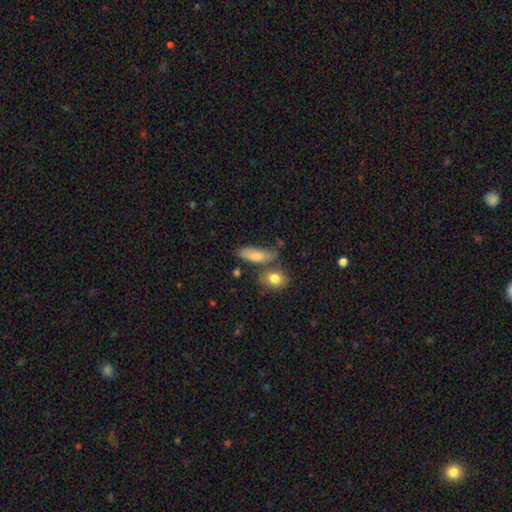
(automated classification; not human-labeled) Smooth or featured: smooth — 77% (featured or disk — 16%)
How rounded: in between — 73% (cigar-shaped — 23%)
Merging: none — 49% (minor disturbance — 23%)